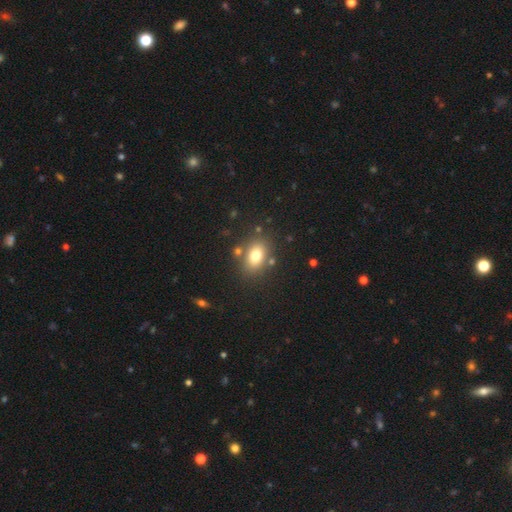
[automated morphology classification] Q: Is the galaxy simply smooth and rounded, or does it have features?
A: smooth — 77%.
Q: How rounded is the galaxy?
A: in between — 73%.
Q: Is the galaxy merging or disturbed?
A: none — 78%.